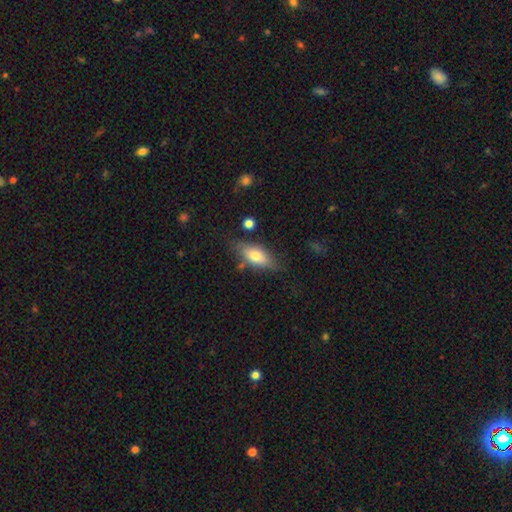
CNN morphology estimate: Q: Smooth or featured?
A: smooth (64%); runner-up: featured or disk (29%)
Q: How rounded?
A: in between (75%); runner-up: cigar-shaped (21%)
Q: Merging?
A: none (71%); runner-up: minor disturbance (19%)